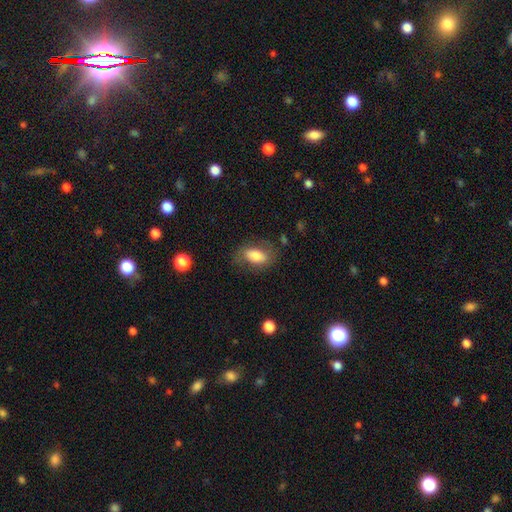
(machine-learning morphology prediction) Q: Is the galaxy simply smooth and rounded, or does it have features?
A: smooth — 73%.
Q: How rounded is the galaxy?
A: in between — 88%.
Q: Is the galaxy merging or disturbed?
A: none — 72%.